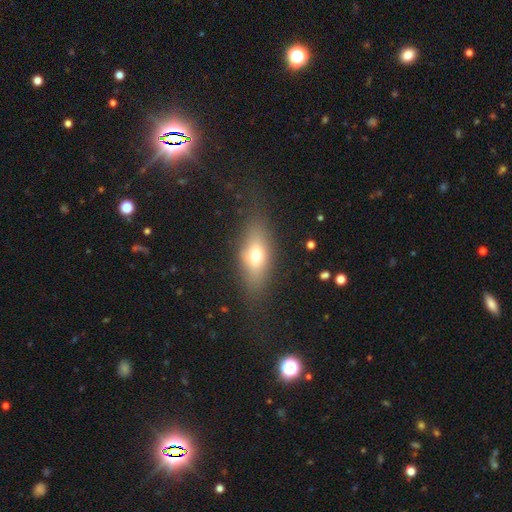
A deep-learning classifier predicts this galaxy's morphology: This appears to be a smooth galaxy with no disk features (65%) that is in between round and cigar-shaped (73%). Merging: none (75%).